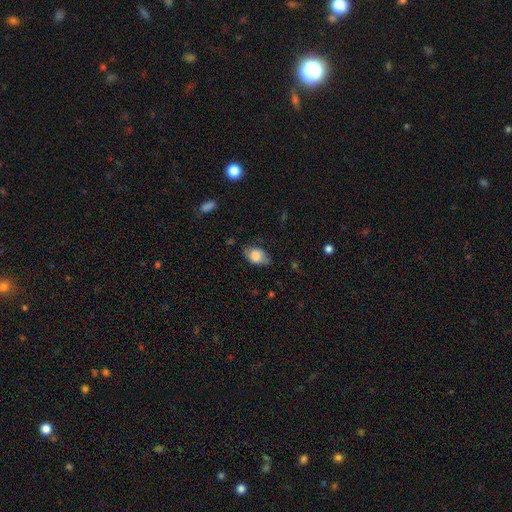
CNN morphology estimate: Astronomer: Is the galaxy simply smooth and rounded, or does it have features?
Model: smooth — 76%.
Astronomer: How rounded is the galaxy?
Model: in between — 83%.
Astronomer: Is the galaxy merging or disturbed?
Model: none — 61%.